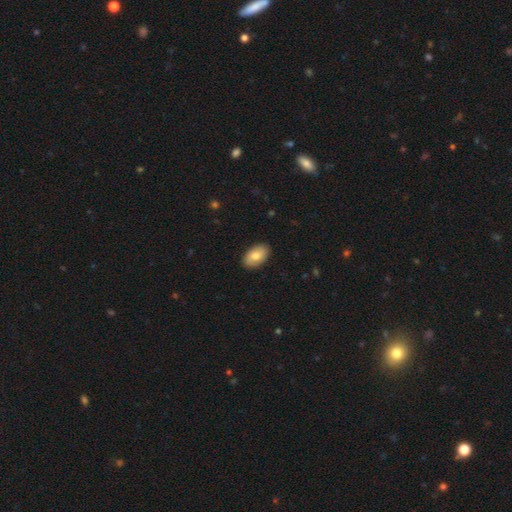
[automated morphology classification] Smooth or featured? Predicted: smooth (p=0.78). How rounded? Predicted: in between (p=0.94). Merging? Predicted: none (p=0.89).